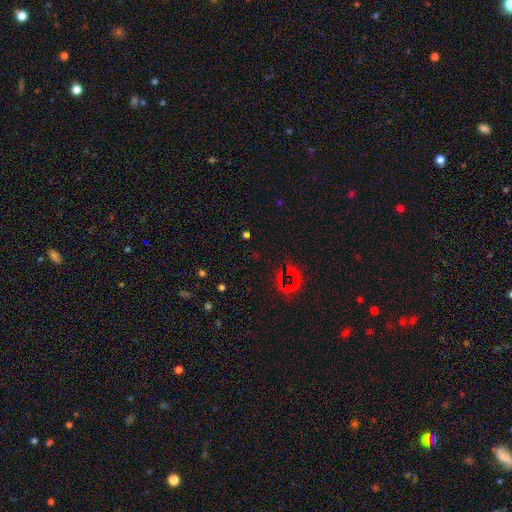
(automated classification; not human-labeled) This appears to be a star or artifact, not a galaxy (66%).